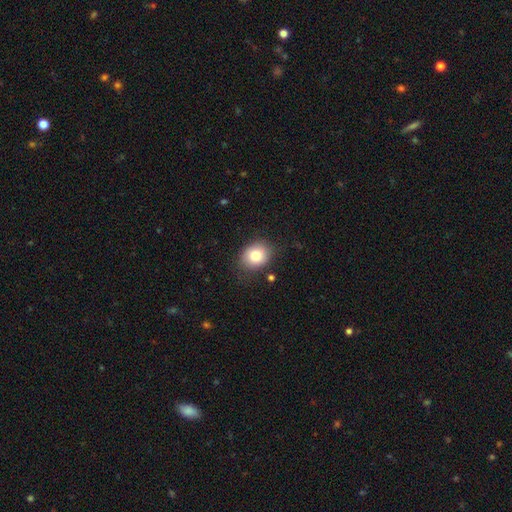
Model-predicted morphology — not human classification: Smooth or featured? smooth (80%)
How rounded? round (55%)
Merging? none (81%)